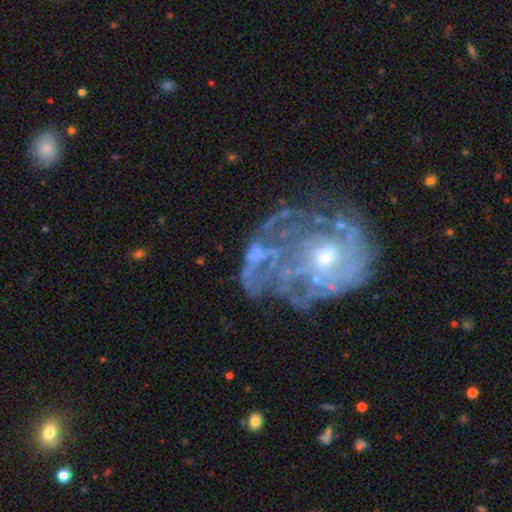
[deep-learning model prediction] The model was most divided on "bulge size": moderate: 36%, small: 35%, none: 22%, large: 6%, dominant: 2%. Remaining: edge-on disk — no (96%); bar — no (78%); smooth or featured — featured or disk (70%); spiral arms — yes (53%); merging — none (38%).